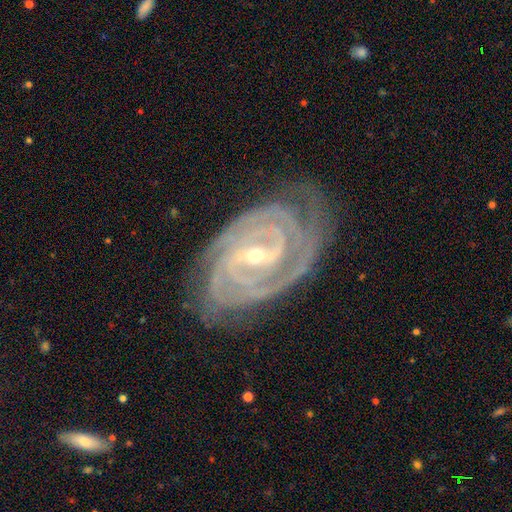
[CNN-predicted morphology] A featured or disk galaxy (92%) with a weak bar (41%), 2 (32%) tight (81%) spiral arms (99%) and a small central bulge (66%). Merging: none (77%).